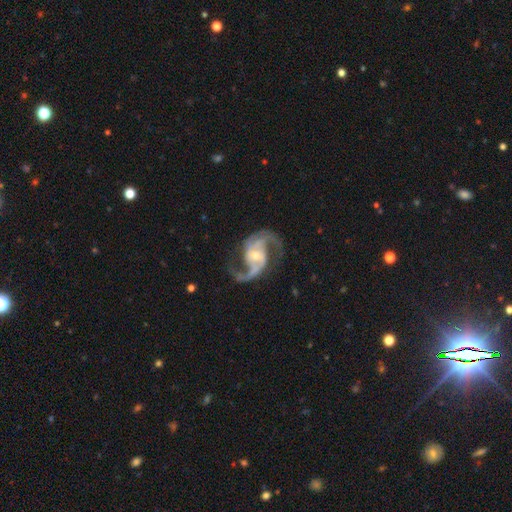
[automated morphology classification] Smooth or featured: featured or disk — 93% (star or artifact — 4%)
Edge-on disk: no — 98% (yes — 2%)
Bar: weak — 42% (no — 37%)
Spiral arms: yes — 98% (no — 2%)
Spiral winding: medium — 50% (loose — 41%)
Spiral arm count: 2 — 91% (3 — 3%)
Bulge size: small — 52% (moderate — 43%)
Merging: none — 74% (minor disturbance — 14%)